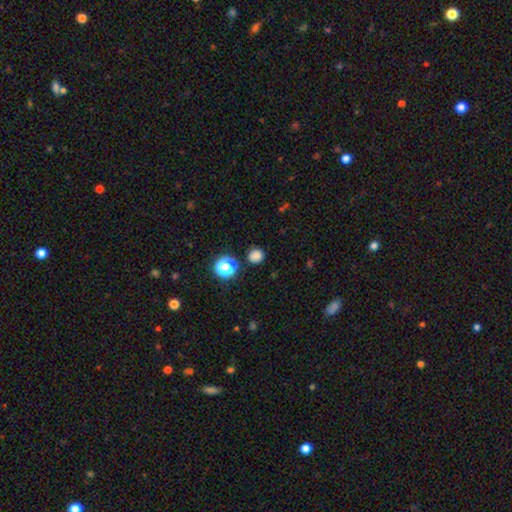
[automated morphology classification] Smooth or featured: smooth — 80% (star or artifact — 16%)
How rounded: round — 91% (in between — 8%)
Merging: none — 88% (minor disturbance — 8%)